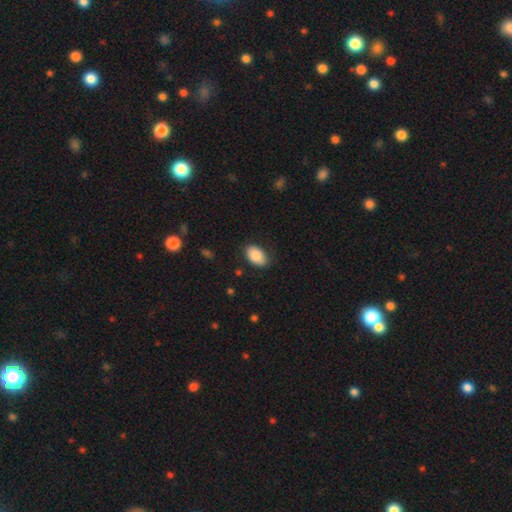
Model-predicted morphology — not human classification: The model was most divided on "merging": none: 83%, minor disturbance: 13%, major disturbance: 3%, merger: 1%. More confident: how rounded — in between (91%); smooth or featured — smooth (84%).